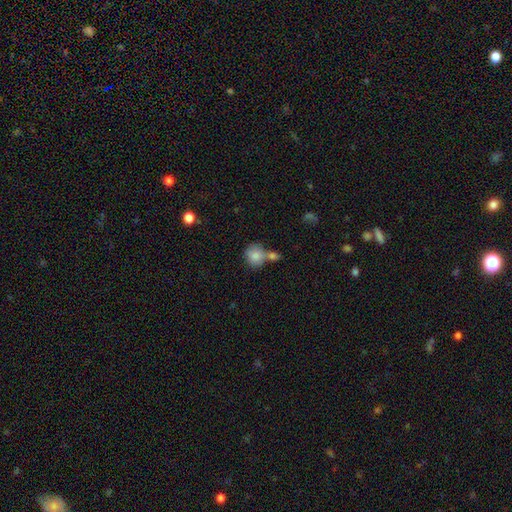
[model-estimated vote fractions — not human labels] Morphology: type=smooth (83%); roundness=round (77%); merging=merger (41%, tied with none).